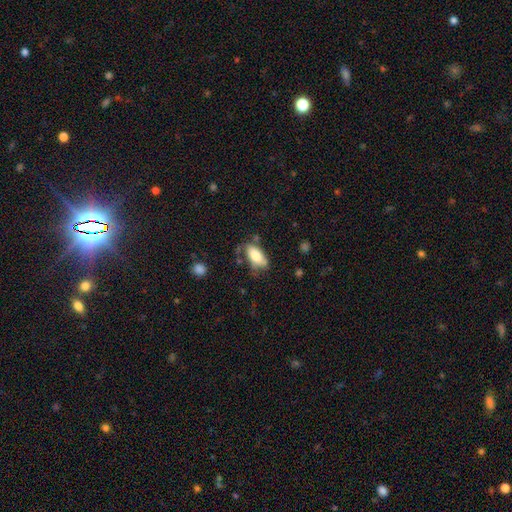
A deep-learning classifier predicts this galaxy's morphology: Smooth or featured?
  - smooth: 77% *
  - featured or disk: 16%
  - star or artifact: 7%
How rounded?
  - in between: 88% *
  - cigar-shaped: 9%
  - round: 3%
Merging?
  - none: 51% *
  - minor disturbance: 30%
  - major disturbance: 13%
  - merger: 6%